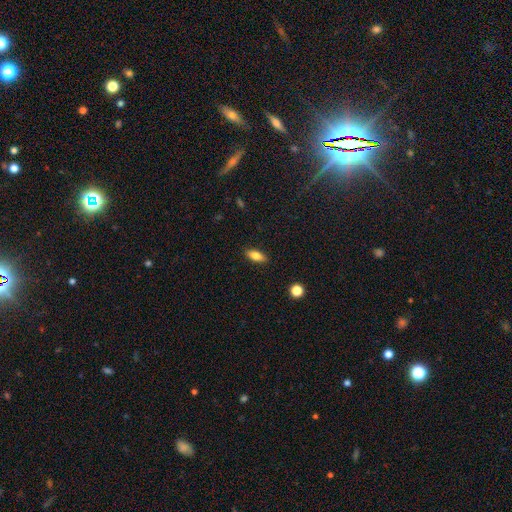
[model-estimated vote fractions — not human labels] Morphology: type=smooth (78%); roundness=in between (78%); merging=none (88%).